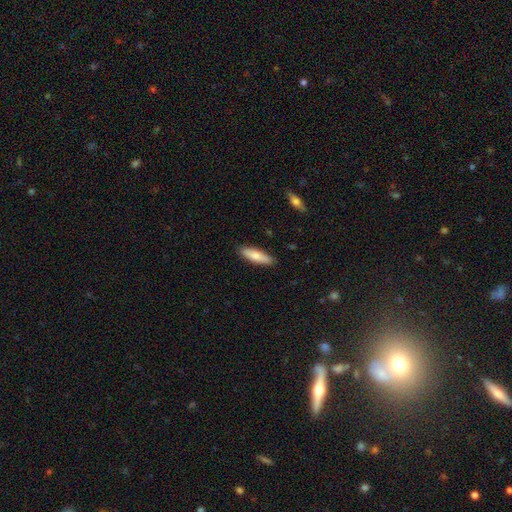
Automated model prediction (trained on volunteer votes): This appears to be a smooth galaxy with no disk features (75%) that is cigar-shaped (61%). Merging: none (89%).